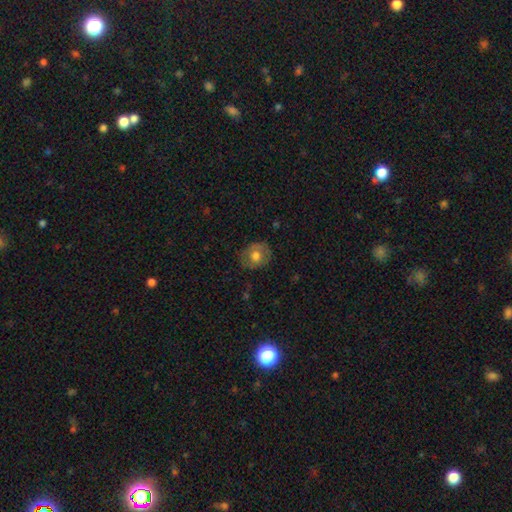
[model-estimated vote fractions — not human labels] Smooth or featured? smooth (65%)
How rounded? round (68%)
Merging? none (78%)